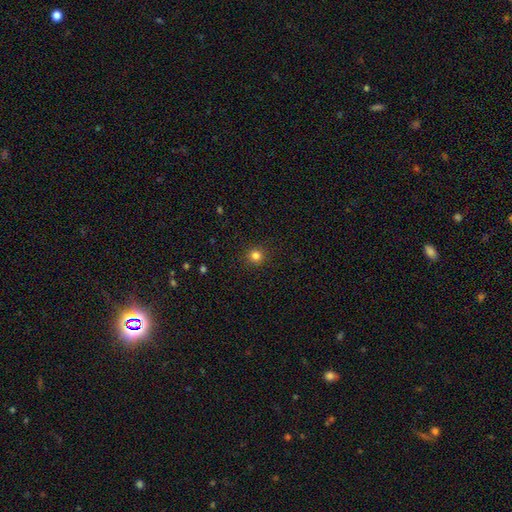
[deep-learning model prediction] Smooth or featured? Predicted: smooth (p=0.82). How rounded? Predicted: round (p=0.94). Merging? Predicted: none (p=0.91).